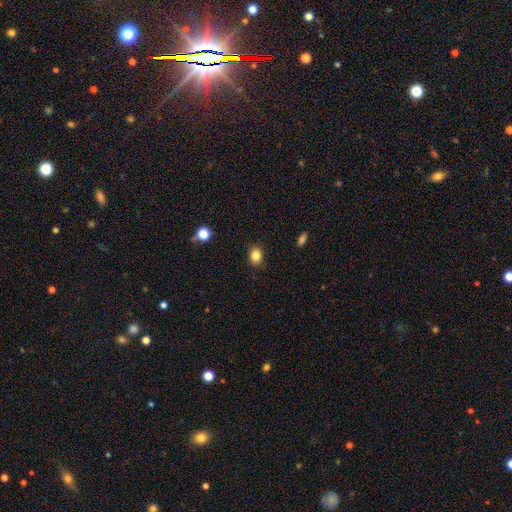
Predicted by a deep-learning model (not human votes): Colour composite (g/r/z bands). It shows a smooth galaxy with no disk features (84%) that is round (51%). Merging: none (87%).